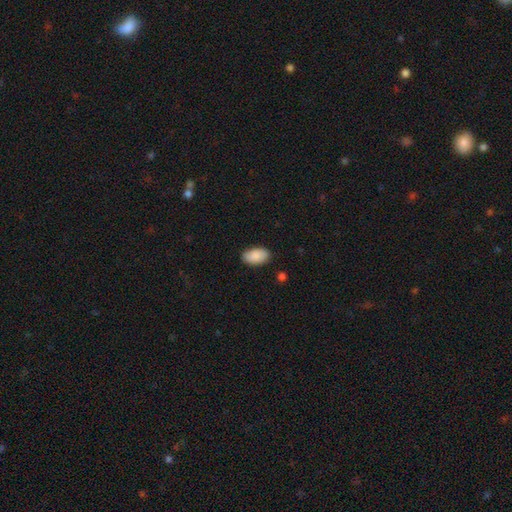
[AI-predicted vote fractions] This is clearly a smooth galaxy (89%). How rounded: clearly in between (95%). Merging: clearly none (85%).